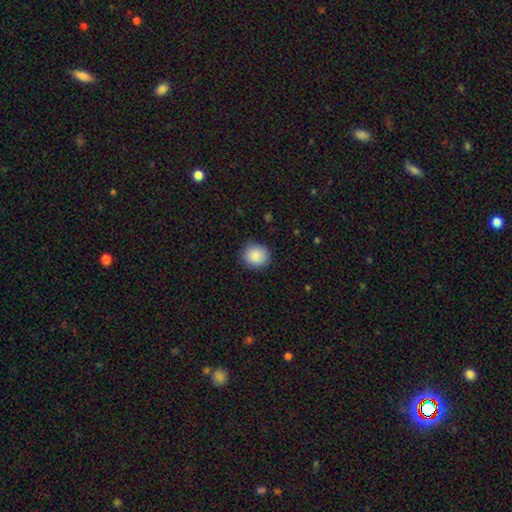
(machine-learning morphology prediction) type=smooth (88%); roundness=round (83%); merging=none (88%).